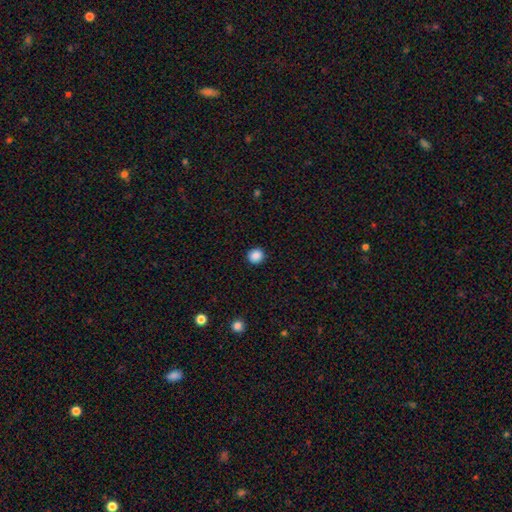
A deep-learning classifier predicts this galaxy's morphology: smooth_or_featured: smooth (p=0.88) [alt: star or artifact p=0.09]
how_rounded: round (p=0.90) [alt: in between p=0.09]
merging: none (p=0.92) [alt: minor disturbance p=0.05]